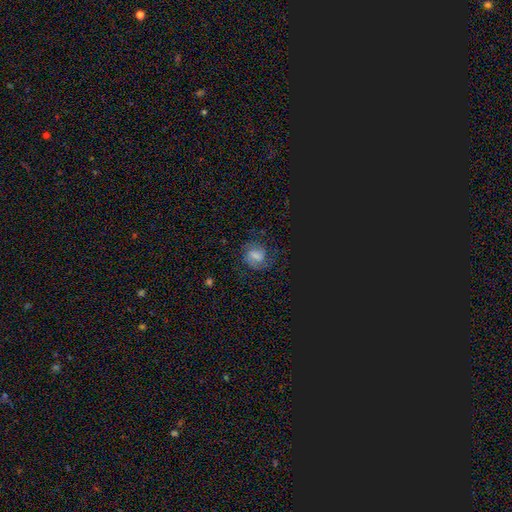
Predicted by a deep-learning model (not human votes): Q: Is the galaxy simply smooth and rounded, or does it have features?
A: featured or disk — 48%.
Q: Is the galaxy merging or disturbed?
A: none — 68%.